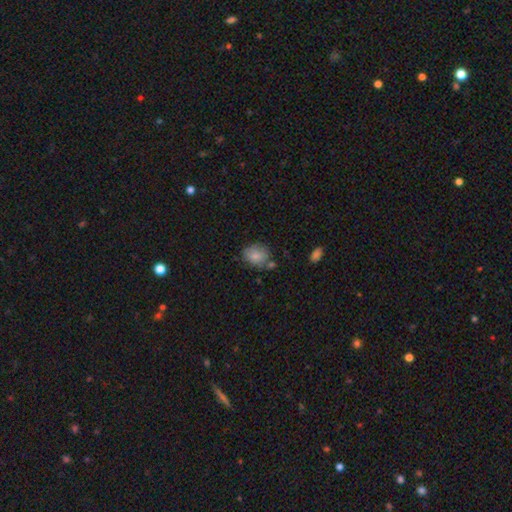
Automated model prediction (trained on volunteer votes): Morphology: type=smooth (82%); roundness=in between (52%); merging=none (63%).